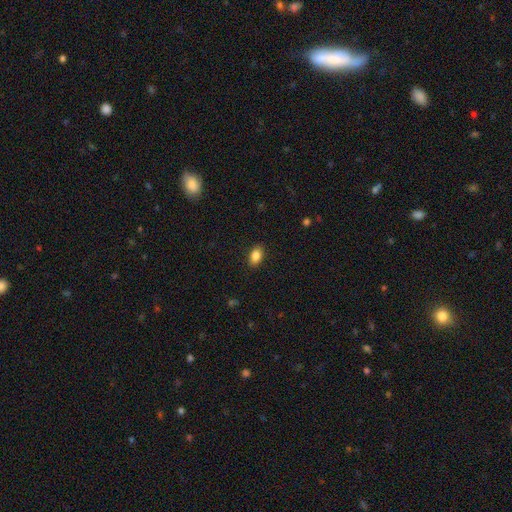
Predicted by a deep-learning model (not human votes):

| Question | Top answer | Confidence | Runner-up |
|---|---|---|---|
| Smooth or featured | smooth | 87% | star or artifact (8%) |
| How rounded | in between | 87% | round (11%) |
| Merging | none | 89% | minor disturbance (8%) |